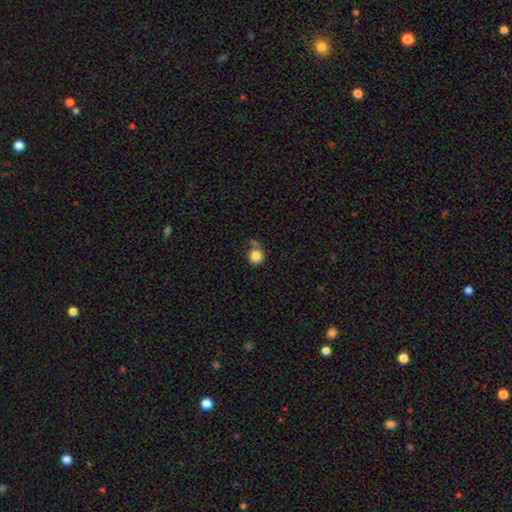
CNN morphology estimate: This is clearly a smooth galaxy (85%). How rounded: clearly round (91%). Merging: likely none (60%).